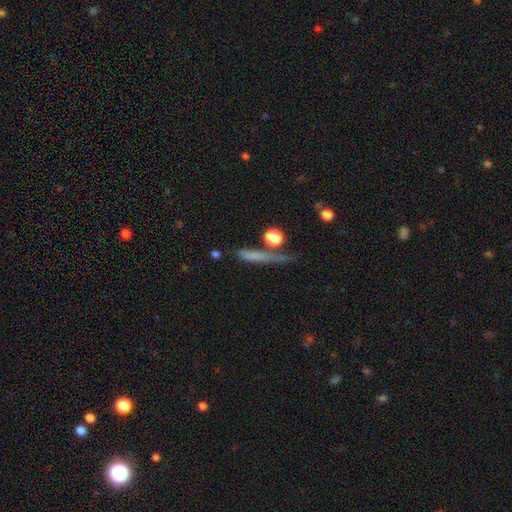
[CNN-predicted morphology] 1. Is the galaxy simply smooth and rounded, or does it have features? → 64% smooth, 23% featured or disk, 13% star or artifact.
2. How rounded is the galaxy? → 77% cigar-shaped, 12% in between, 11% round.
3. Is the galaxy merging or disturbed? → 64% none, 16% minor disturbance, 10% merger, 10% major disturbance.